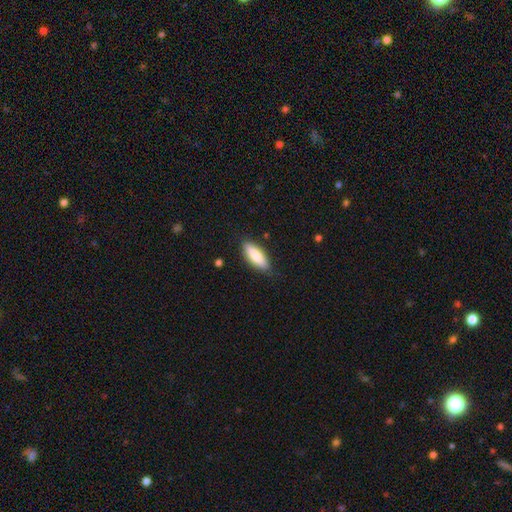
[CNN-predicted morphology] A smooth galaxy with no disk features (82%) that is in between round and cigar-shaped (61%).

Vote fractions:
- Smooth or featured? smooth: 82% / featured or disk: 12% / star or artifact: 5%
- How rounded? in between: 61% / cigar-shaped: 37% / round: 2%
- Merging? none: 85% / minor disturbance: 12% / major disturbance: 2% / merger: 1%